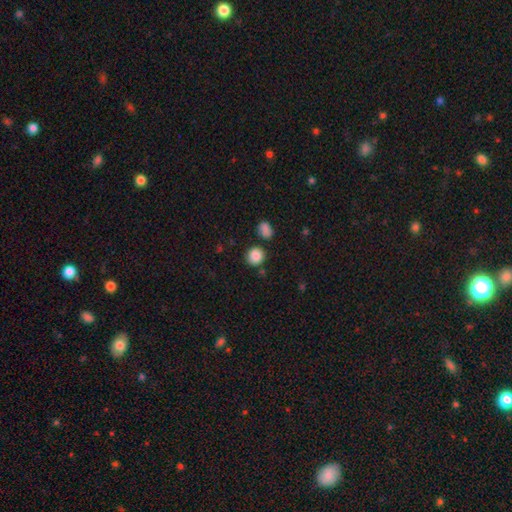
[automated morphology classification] A smooth galaxy with no disk features (87%) that is round (85%). Merging: none (80%).